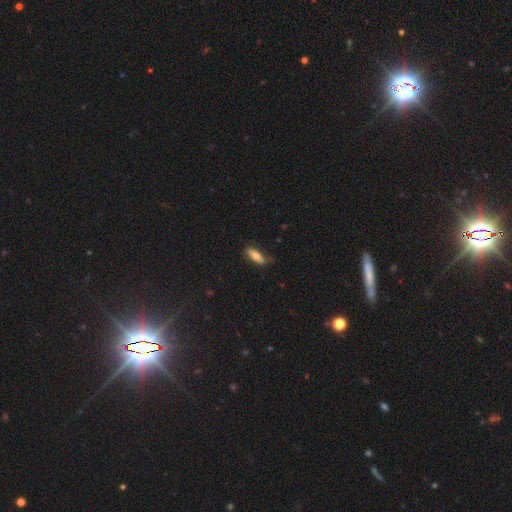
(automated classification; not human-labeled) This appears to be a smooth galaxy with no disk features (73%) that is in between round and cigar-shaped (61%). Merging: none (68%).